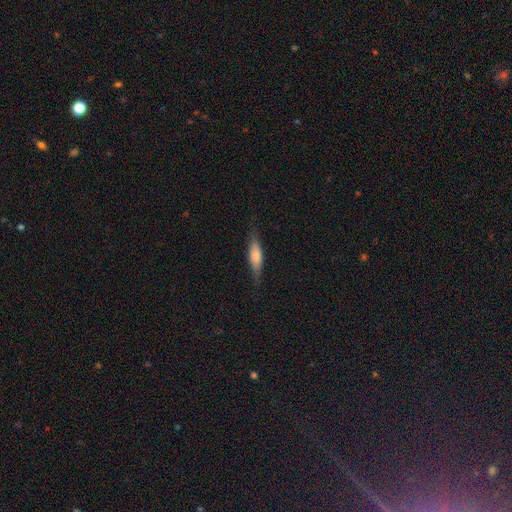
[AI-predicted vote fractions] Overall: smooth (61%; featured or disk 33%). How rounded: cigar-shaped (58%; in between 39%). Merging: none (78%).